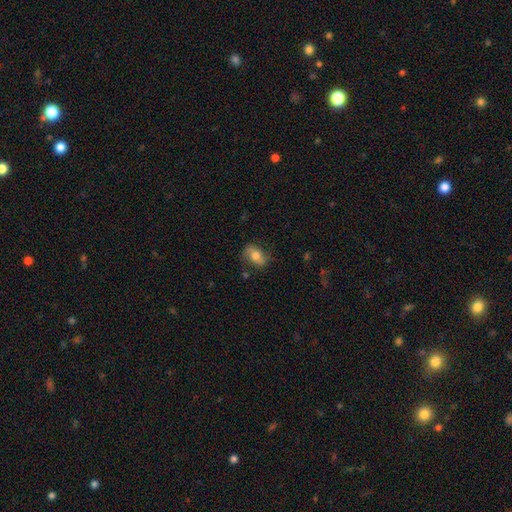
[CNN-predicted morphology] Smooth or featured? smooth (58%)
How rounded? in between (75%)
Merging? none (69%)